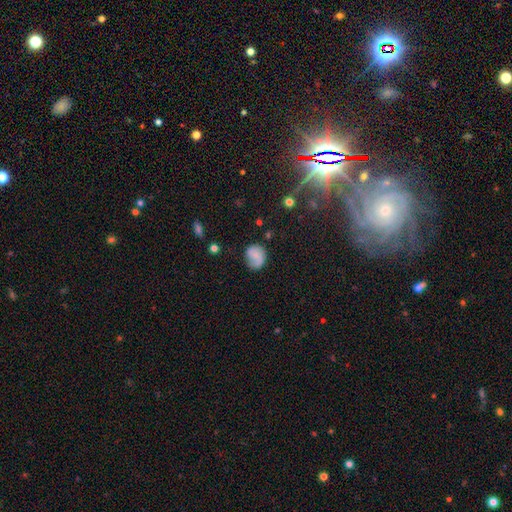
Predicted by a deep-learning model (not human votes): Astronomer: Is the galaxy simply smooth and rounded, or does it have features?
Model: smooth — 62%.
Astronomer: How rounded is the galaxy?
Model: round — 66%.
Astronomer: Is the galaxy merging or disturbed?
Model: none — 61%.